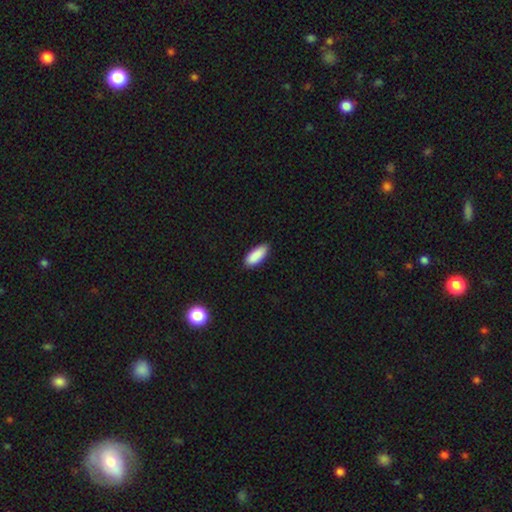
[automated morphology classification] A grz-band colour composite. It shows a smooth galaxy with no disk features (90%) that is in between round and cigar-shaped (74%). Merging: none (84%).